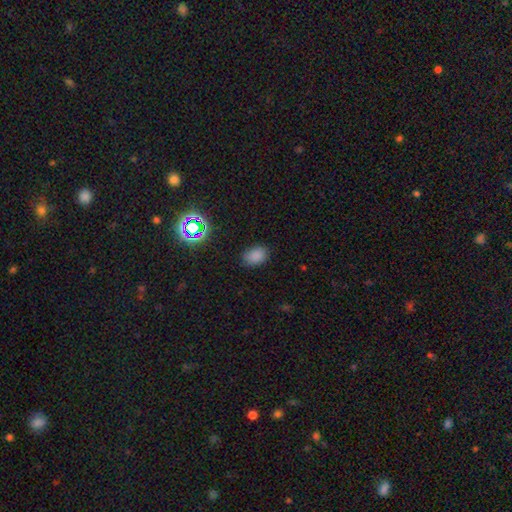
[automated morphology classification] A smooth galaxy with no disk features (81%) that is in between round and cigar-shaped (77%). Merging: none (83%).